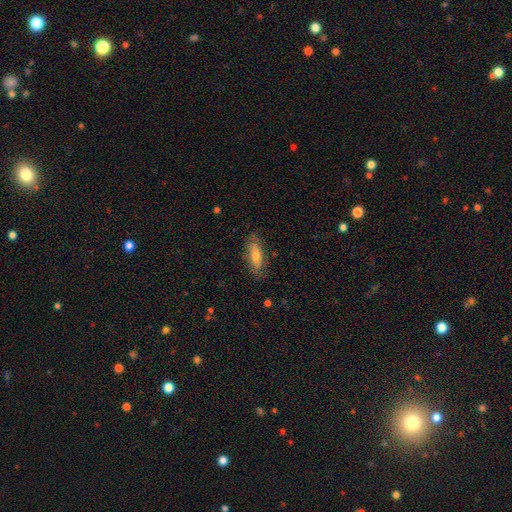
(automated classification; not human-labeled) Morphology: type=smooth (57%); roundness=in between (57%); merging=none (80%).